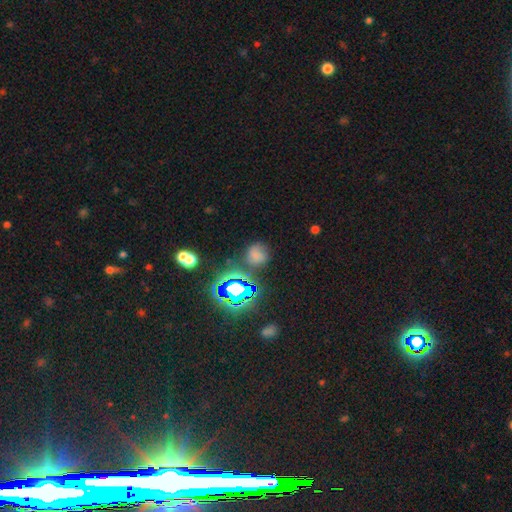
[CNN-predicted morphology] This is possibly a smooth galaxy (59%). How rounded: likely round (80%). Merging: likely none (64%).